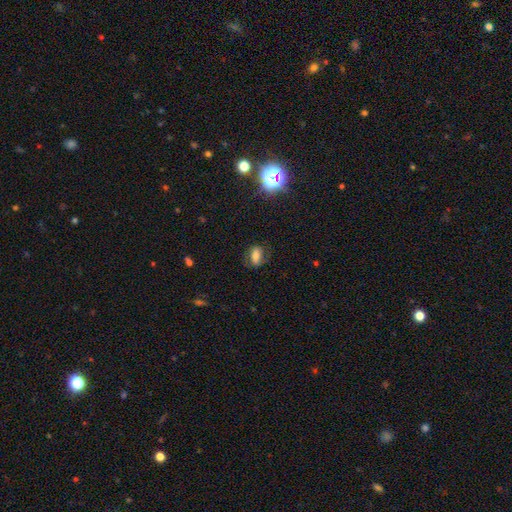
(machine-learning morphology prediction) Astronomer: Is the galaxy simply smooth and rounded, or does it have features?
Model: smooth — 56%.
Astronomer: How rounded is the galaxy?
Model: in between — 81%.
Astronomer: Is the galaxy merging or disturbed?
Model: none — 68%.